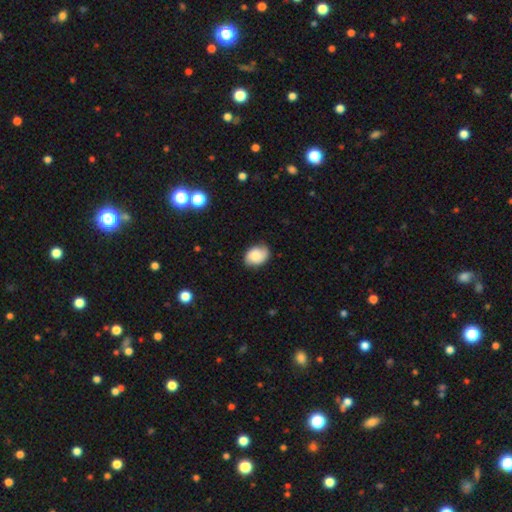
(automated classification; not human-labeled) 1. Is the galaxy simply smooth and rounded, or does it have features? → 68% smooth, 23% featured or disk, 9% star or artifact.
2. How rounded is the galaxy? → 70% in between, 29% round, 1% cigar-shaped.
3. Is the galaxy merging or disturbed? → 73% none, 21% minor disturbance, 4% major disturbance, 1% merger.